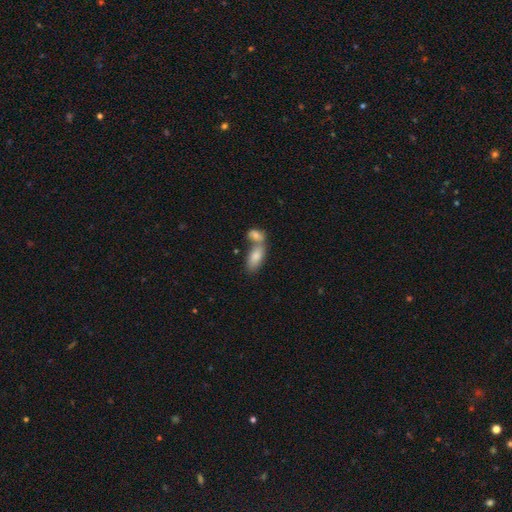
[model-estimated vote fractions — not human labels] Overall: smooth (76%). How rounded: in between (88%). Merging: merger (54%; none 35%).